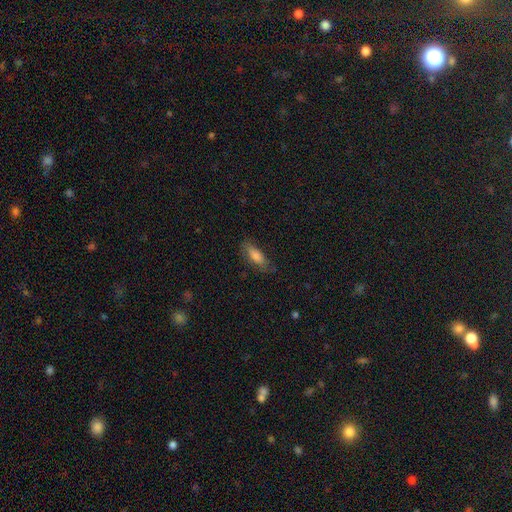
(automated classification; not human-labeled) A smooth galaxy with no disk features (76%) that is in between round and cigar-shaped (62%). Merging: none (75%).